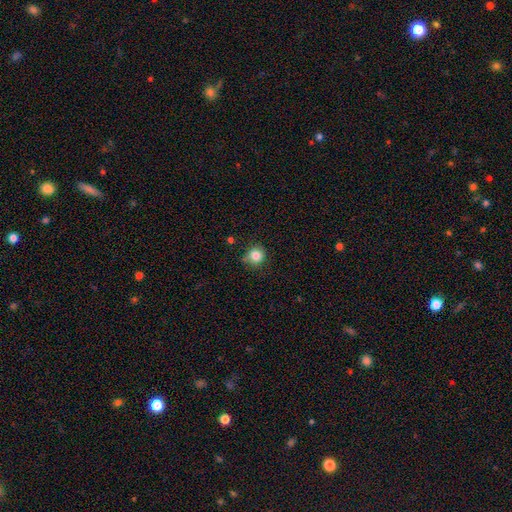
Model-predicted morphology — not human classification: A smooth galaxy with no disk features (84%) that is round (91%).

Vote fractions:
- Smooth or featured? smooth: 84% / star or artifact: 11% / featured or disk: 5%
- How rounded? round: 91% / in between: 8% / cigar-shaped: 1%
- Merging? none: 80% / minor disturbance: 15% / major disturbance: 3% / merger: 2%